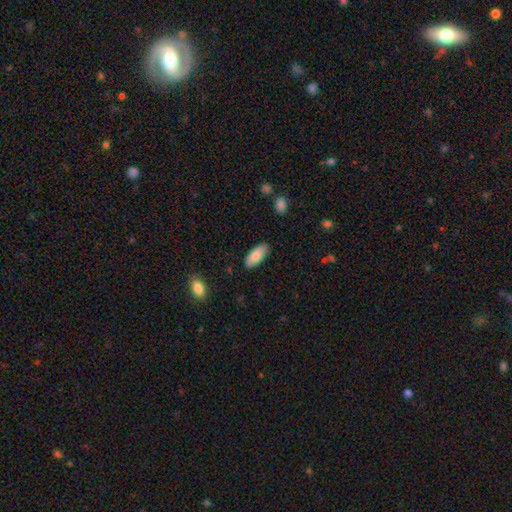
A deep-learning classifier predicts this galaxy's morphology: This appears to be a smooth galaxy with no disk features (85%) that is in between round and cigar-shaped (85%). Merging: none (86%).